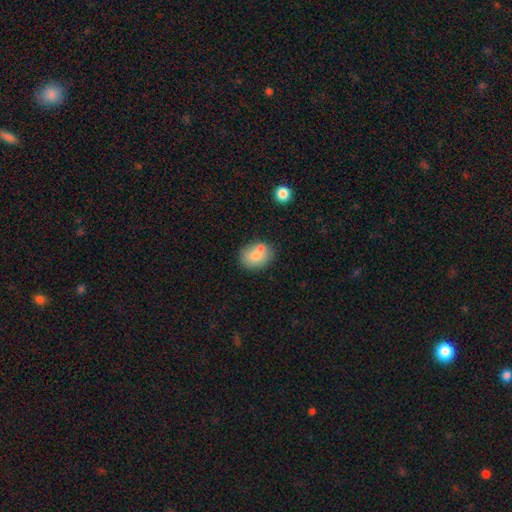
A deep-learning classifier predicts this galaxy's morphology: Smooth or featured?
  - smooth: 75% *
  - featured or disk: 17%
  - star or artifact: 8%
How rounded?
  - in between: 57% *
  - round: 42%
  - cigar-shaped: 1%
Merging?
  - none: 54% *
  - merger: 26%
  - minor disturbance: 16%
  - major disturbance: 4%